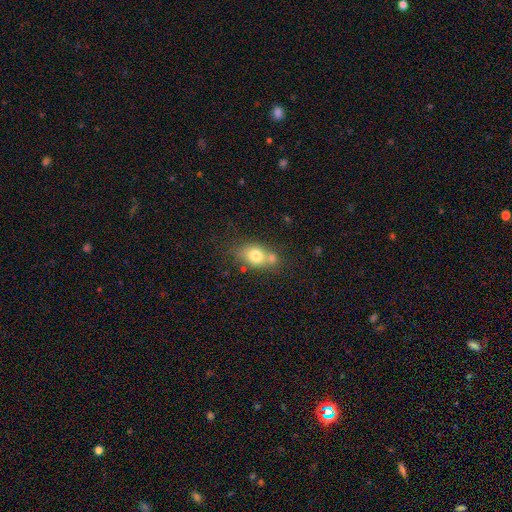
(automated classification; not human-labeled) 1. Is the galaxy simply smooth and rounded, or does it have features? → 73% smooth, 17% featured or disk, 10% star or artifact.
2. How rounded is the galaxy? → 60% in between, 38% round, 2% cigar-shaped.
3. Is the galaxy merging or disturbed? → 44% none, 37% merger, 14% minor disturbance, 5% major disturbance.